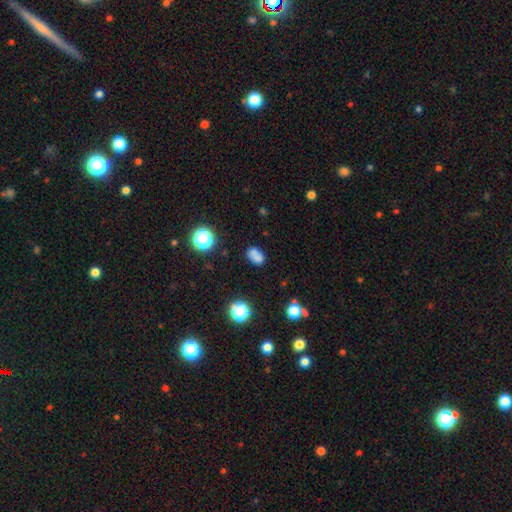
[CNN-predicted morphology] The model was most divided on "merging": none: 56%, merger: 22%, minor disturbance: 16%, major disturbance: 6%. More confident: smooth or featured — smooth (72%); how rounded — in between (69%).